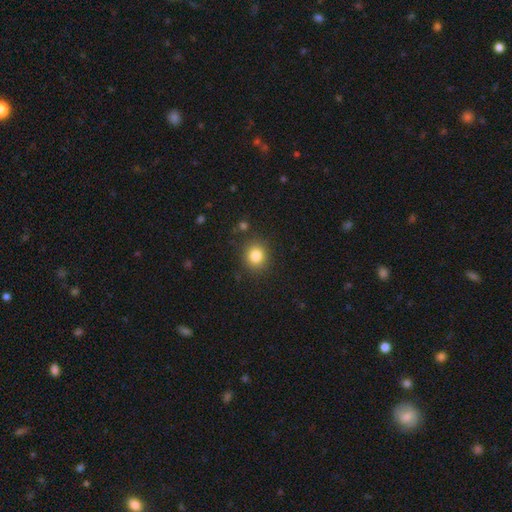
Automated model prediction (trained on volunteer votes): Overall: smooth (82%). How rounded: round (83%). Merging: none (87%).